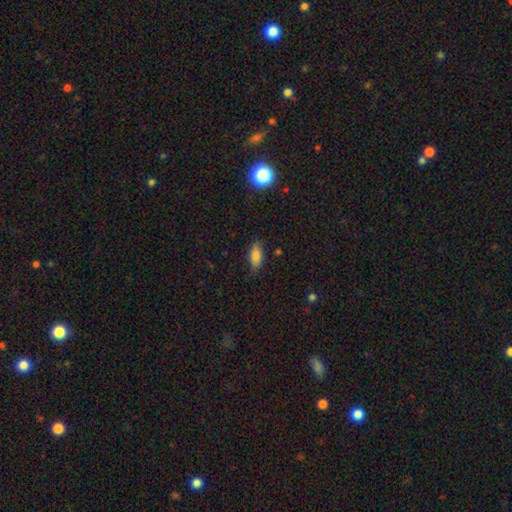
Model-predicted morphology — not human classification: smooth_or_featured: smooth (p=0.81) [alt: featured or disk p=0.10]
how_rounded: in between (p=0.82) [alt: cigar-shaped p=0.16]
merging: none (p=0.80) [alt: minor disturbance p=0.16]